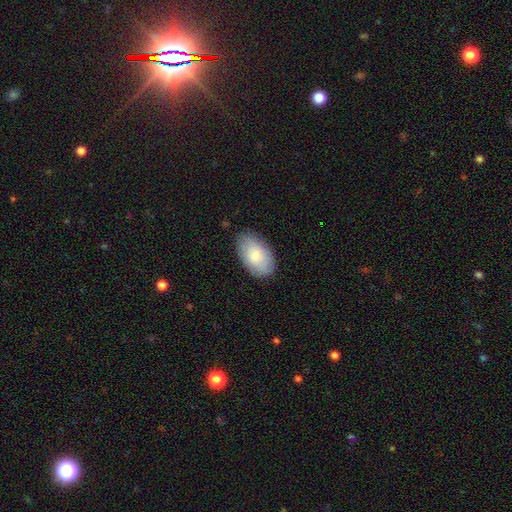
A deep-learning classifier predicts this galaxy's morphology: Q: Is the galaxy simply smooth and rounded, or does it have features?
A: smooth — 78%.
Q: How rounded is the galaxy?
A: in between — 95%.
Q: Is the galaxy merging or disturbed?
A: none — 82%.